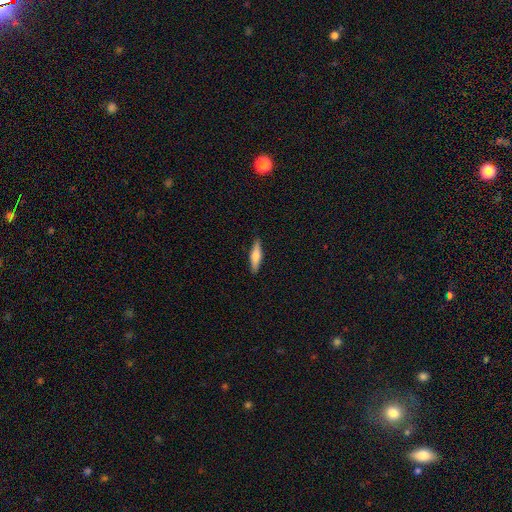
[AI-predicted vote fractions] smooth 60%, featured or disk 34%, star or artifact 6%. Down the decision tree: how rounded — cigar-shaped (72%); merging — none (88%).